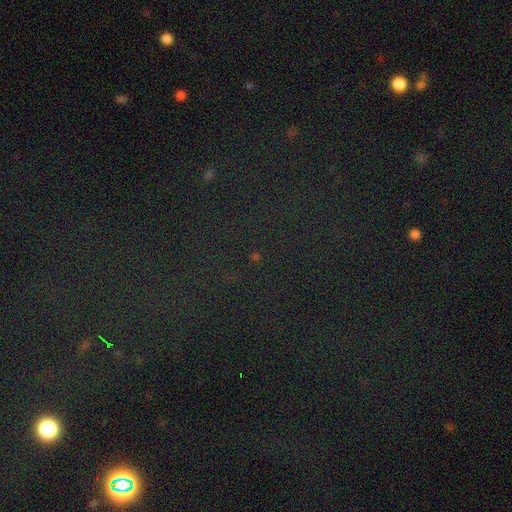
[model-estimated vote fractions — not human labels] smooth_or_featured: star or artifact (p=0.80) [alt: smooth p=0.12]